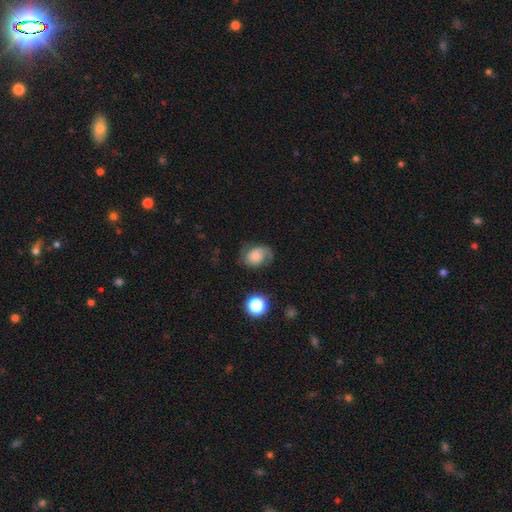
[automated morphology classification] Smooth or featured: smooth — 49% (featured or disk — 40%)
Merging: none — 52% (minor disturbance — 27%)